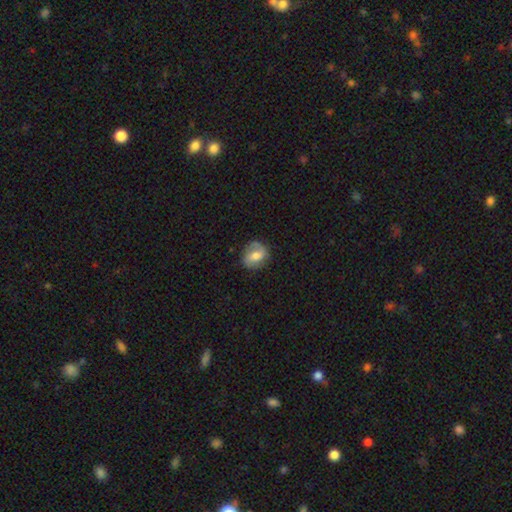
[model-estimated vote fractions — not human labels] This appears to be a featured or disk galaxy (47%). Merging: none (71%).